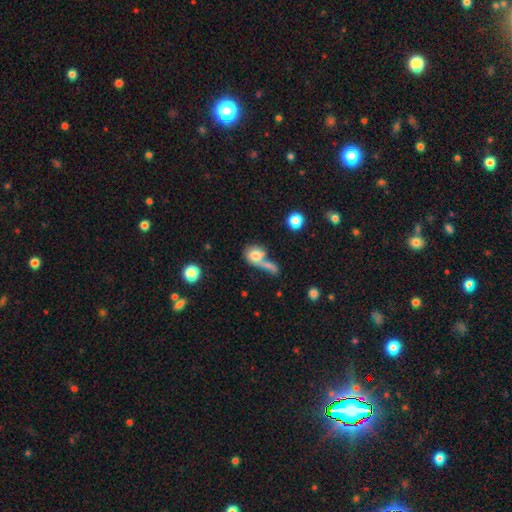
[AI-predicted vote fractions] smooth_or_featured: smooth (p=0.73) [alt: featured or disk p=0.17]
how_rounded: round (p=0.52) [alt: in between p=0.43]
merging: merger (p=0.53) [alt: none p=0.25]